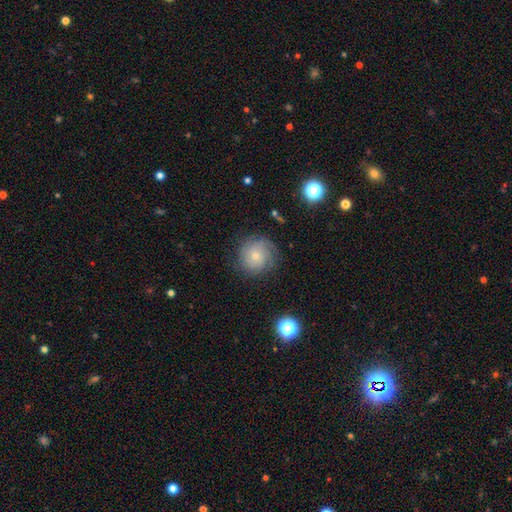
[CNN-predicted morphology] Smooth or featured? smooth (49%)
Merging? none (75%)